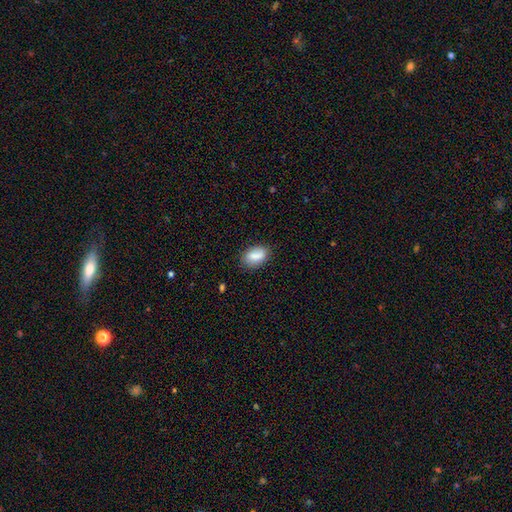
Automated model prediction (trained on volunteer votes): Overall: smooth (82%). How rounded: in between (89%). Merging: none (79%).